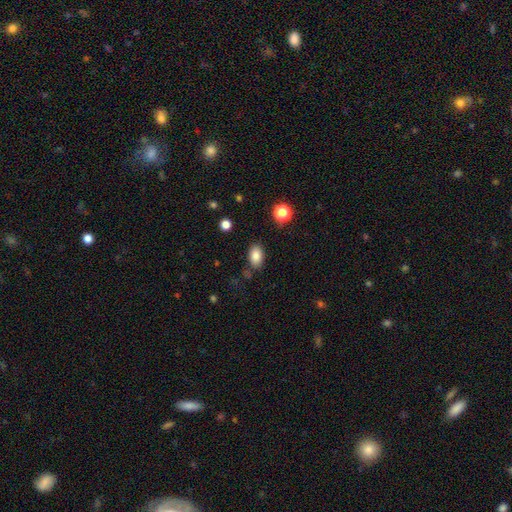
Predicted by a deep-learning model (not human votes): smooth_or_featured: smooth (p=0.85) [alt: star or artifact p=0.09]
how_rounded: in between (p=0.87) [alt: round p=0.11]
merging: none (p=0.79) [alt: minor disturbance p=0.14]